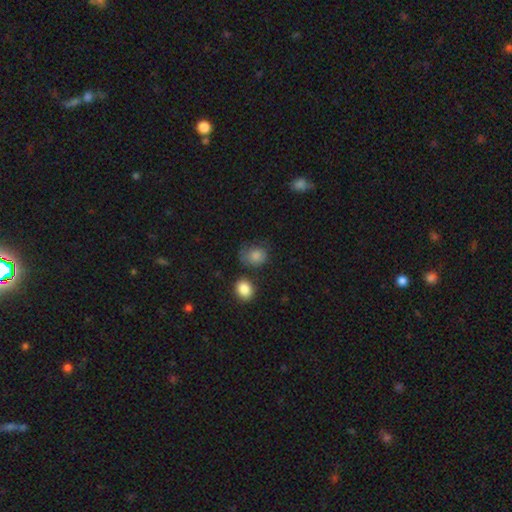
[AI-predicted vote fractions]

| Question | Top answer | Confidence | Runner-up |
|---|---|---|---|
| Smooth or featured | smooth | 82% | star or artifact (11%) |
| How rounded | round | 61% | in between (38%) |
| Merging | none | 55% | minor disturbance (27%) |